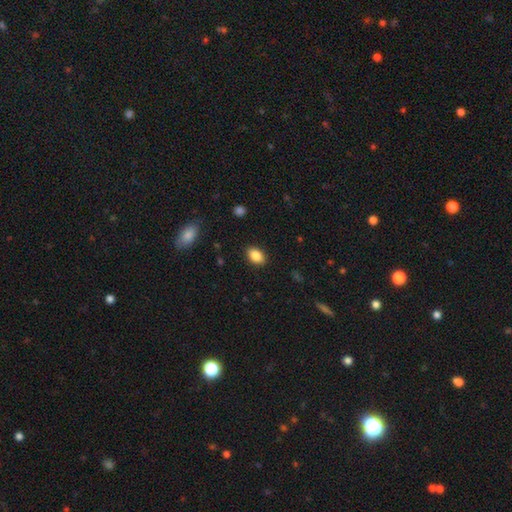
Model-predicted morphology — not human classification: smooth-or-featured: smooth: 86% | star or artifact: 8% | featured or disk: 5%
  how-rounded: in between: 86% | round: 12% | cigar-shaped: 2%
  merging: none: 88% | minor disturbance: 9% | major disturbance: 2% | merger: 1%